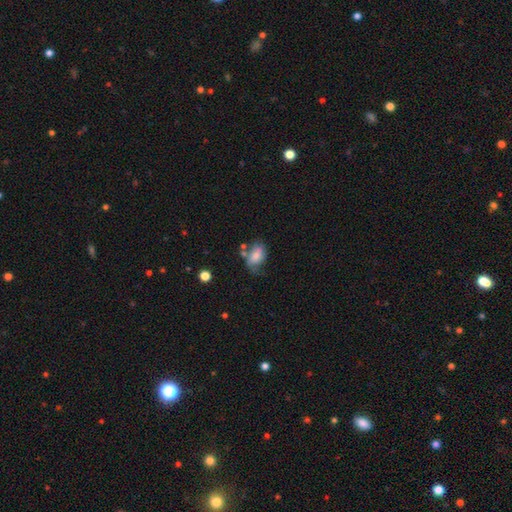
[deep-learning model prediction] Overall: smooth (68%). How rounded: in between (85%). Merging: none (39%; minor disturbance 30%).